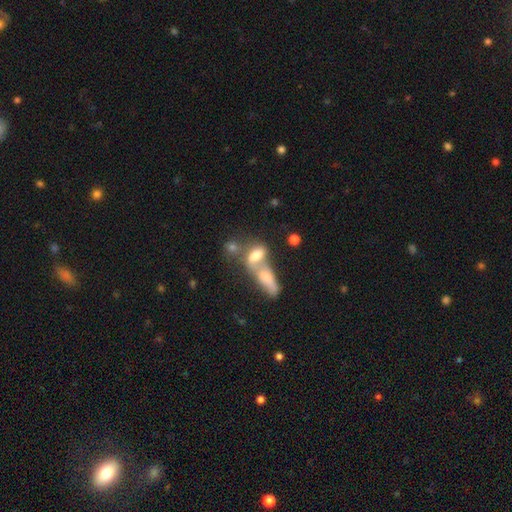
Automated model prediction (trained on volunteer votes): smooth 67%, featured or disk 21%, star or artifact 12%. Down the decision tree: how rounded — in between (77%); merging — merger (64%).